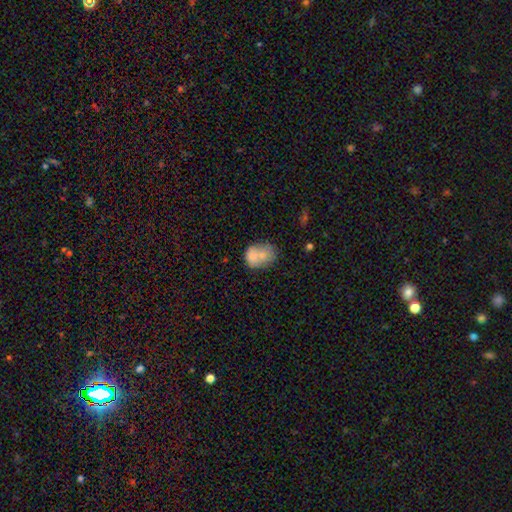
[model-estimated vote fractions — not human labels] The model was most divided on "merging": merger: 40%, none: 35%, minor disturbance: 17%, major disturbance: 8%. More confident: smooth or featured — smooth (69%); how rounded — in between (54%).